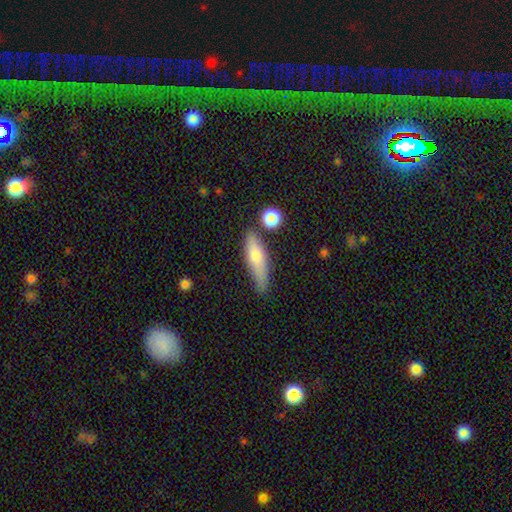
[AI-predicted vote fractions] Smooth or featured? smooth (65%)
How rounded? cigar-shaped (61%)
Merging? none (64%)